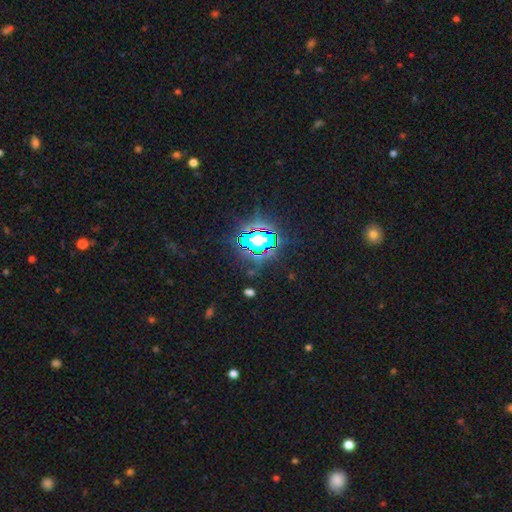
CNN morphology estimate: smooth-or-featured: star or artifact: 81% | smooth: 12% | featured or disk: 8%